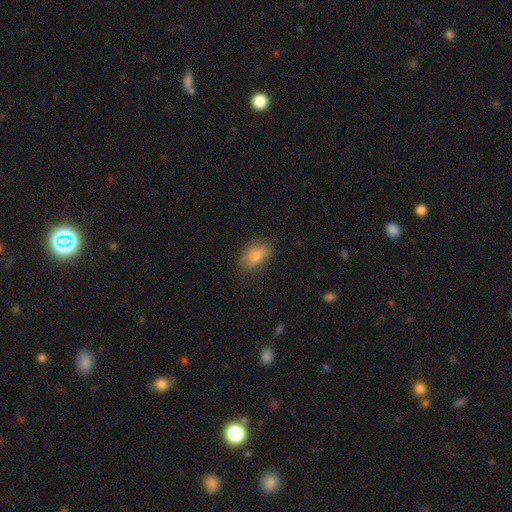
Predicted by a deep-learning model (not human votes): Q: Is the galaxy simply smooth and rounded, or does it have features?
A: smooth — 81%.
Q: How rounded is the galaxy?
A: in between — 88%.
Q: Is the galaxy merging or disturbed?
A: none — 78%.